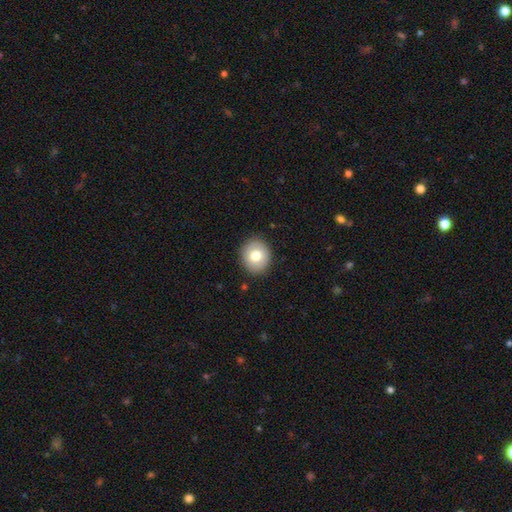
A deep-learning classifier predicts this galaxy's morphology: Smooth or featured? Predicted: smooth (p=0.74). How rounded? Predicted: round (p=0.78). Merging? Predicted: none (p=0.89).